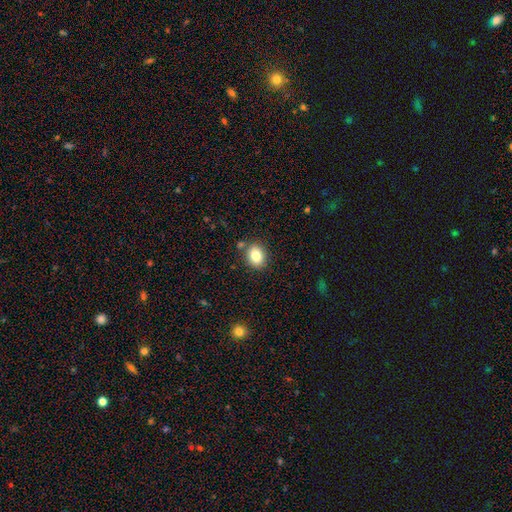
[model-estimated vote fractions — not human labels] smooth-or-featured: smooth: 84% | star or artifact: 9% | featured or disk: 7%
  how-rounded: in between: 57% | round: 42% | cigar-shaped: 1%
  merging: none: 82% | minor disturbance: 11% | merger: 5% | major disturbance: 3%